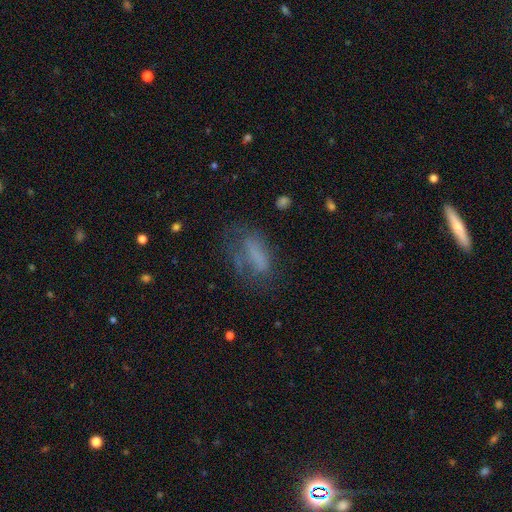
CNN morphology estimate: A smooth galaxy with no disk features (57%) that is in between round and cigar-shaped (73%).

Vote fractions:
- Smooth or featured? smooth: 57% / featured or disk: 28% / star or artifact: 15%
- How rounded? in between: 73% / cigar-shaped: 23% / round: 5%
- Merging? none: 42% / major disturbance: 31% / minor disturbance: 24% / merger: 3%